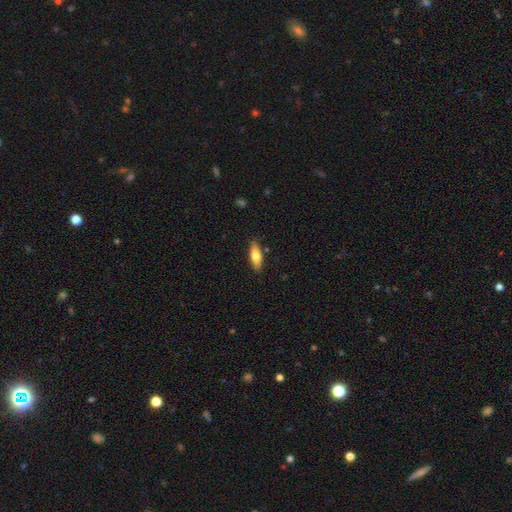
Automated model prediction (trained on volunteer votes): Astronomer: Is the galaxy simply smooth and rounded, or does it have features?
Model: smooth — 68%.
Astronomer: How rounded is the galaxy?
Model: in between — 60% (runner-up: cigar-shaped, 38%).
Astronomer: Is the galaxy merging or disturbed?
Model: none — 86%.